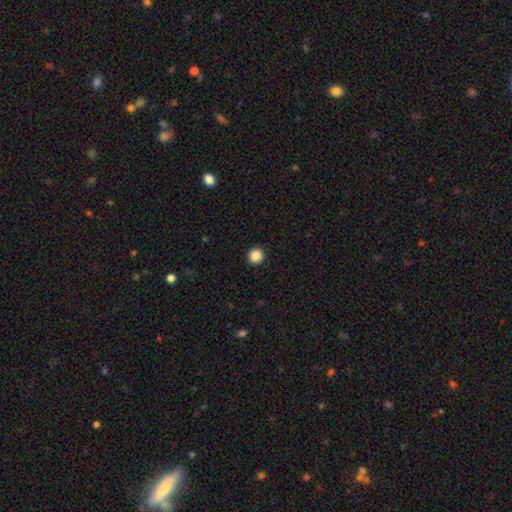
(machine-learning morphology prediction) smooth 87%, star or artifact 10%, featured or disk 3%. Down the decision tree: how rounded — round (94%); merging — none (93%).